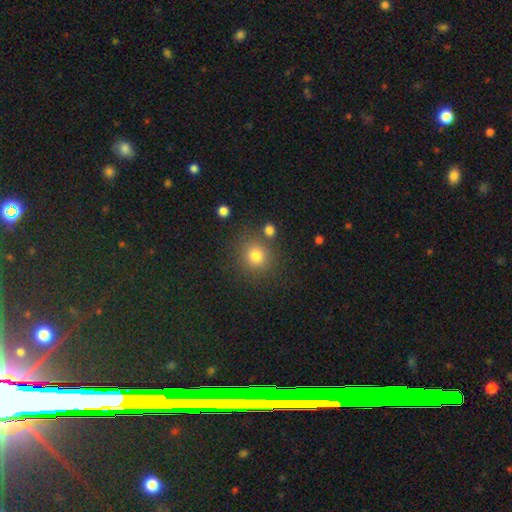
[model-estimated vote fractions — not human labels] A smooth galaxy with no disk features (79%) that is round (88%). Merging: none (80%).